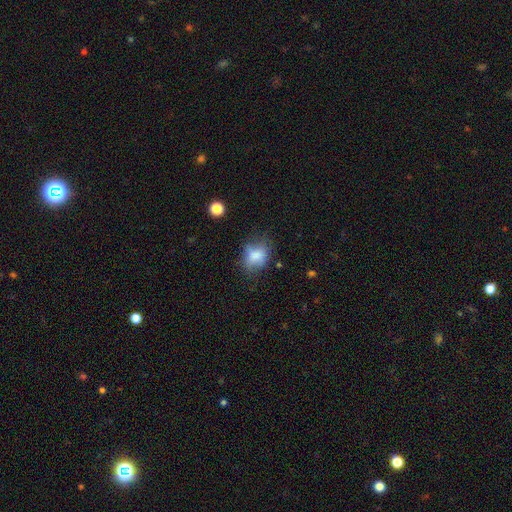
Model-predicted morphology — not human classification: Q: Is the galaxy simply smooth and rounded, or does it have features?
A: smooth — 76%.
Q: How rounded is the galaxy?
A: in between — 61%.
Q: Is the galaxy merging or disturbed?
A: none — 54%.